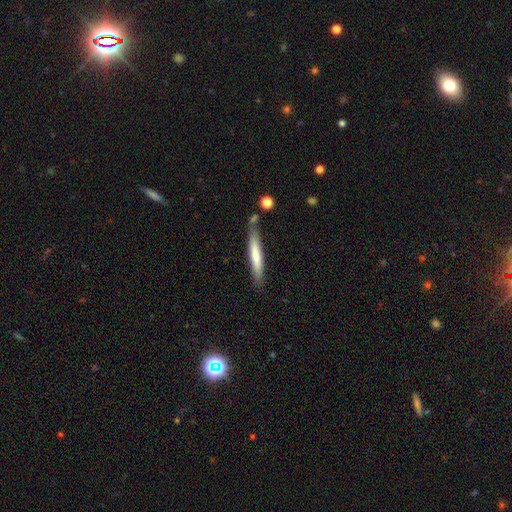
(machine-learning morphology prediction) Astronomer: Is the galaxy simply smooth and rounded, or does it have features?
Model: smooth — 64%.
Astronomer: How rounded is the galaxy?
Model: cigar-shaped — 93%.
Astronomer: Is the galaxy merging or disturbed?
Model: none — 72%.